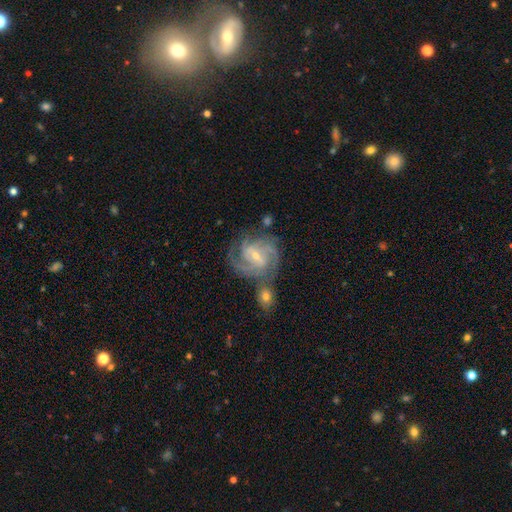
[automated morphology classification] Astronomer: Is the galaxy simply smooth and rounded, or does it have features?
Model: featured or disk — 89%.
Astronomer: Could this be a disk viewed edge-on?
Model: no — 97%.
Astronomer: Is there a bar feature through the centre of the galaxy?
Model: weak — 52%.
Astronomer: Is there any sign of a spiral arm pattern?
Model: yes — 98%.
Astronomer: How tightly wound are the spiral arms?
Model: tight — 56% (runner-up: medium, 38%).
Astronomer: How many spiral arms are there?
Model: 3 — 36% (runner-up: 2, 24%).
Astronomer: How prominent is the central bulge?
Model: small — 65%.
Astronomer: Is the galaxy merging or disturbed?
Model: none — 56%.